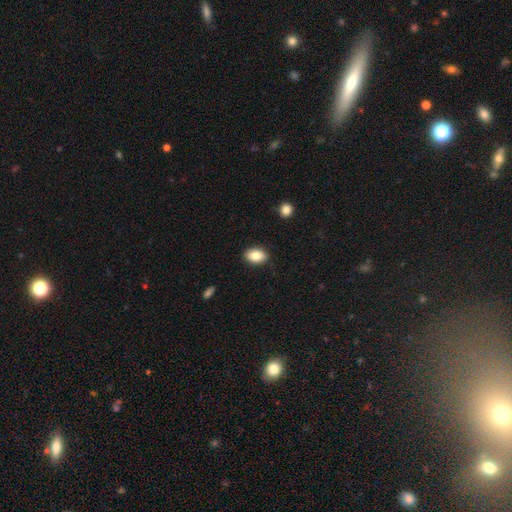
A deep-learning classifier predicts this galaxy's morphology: This appears to be a smooth galaxy with no disk features (84%) that is in between round and cigar-shaped (87%). Merging: none (88%).